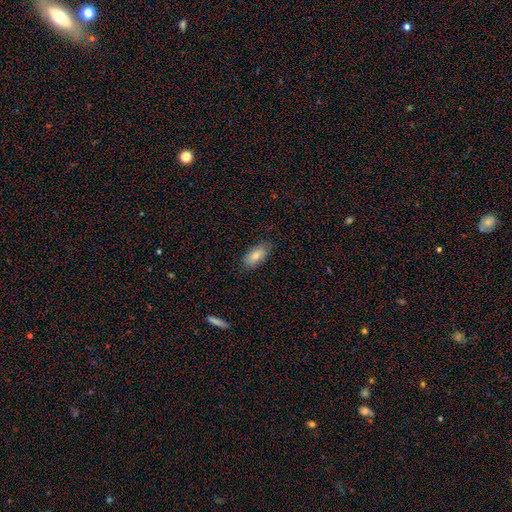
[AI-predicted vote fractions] smooth-or-featured: smooth: 80% | featured or disk: 13% | star or artifact: 6%
  how-rounded: in between: 88% | cigar-shaped: 10% | round: 2%
  merging: none: 80% | minor disturbance: 16% | major disturbance: 3% | merger: 1%